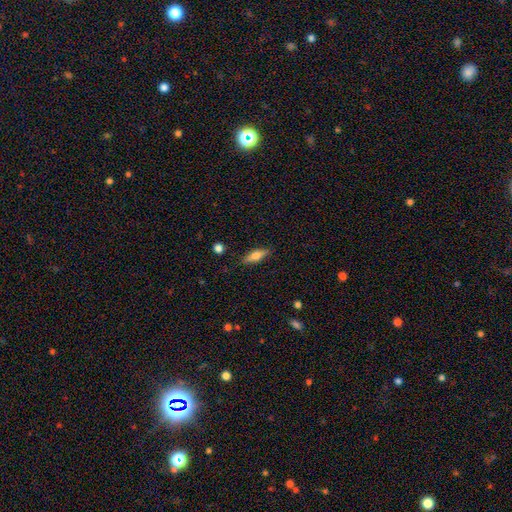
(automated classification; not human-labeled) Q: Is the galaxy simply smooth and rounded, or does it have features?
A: smooth — 66%.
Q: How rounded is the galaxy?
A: in between — 49%.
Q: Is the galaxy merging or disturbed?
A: none — 86%.